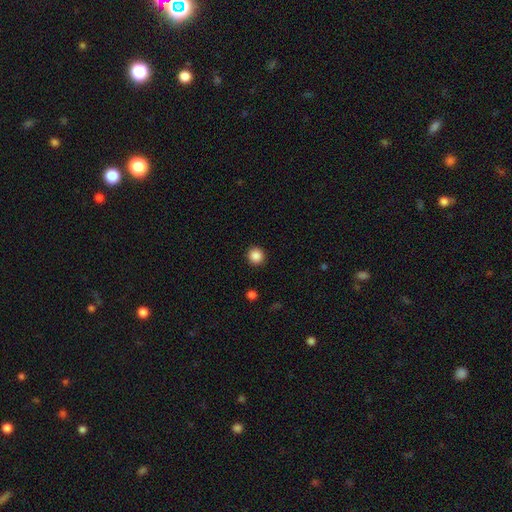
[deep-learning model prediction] Smooth or featured? smooth (87%)
How rounded? round (93%)
Merging? none (92%)